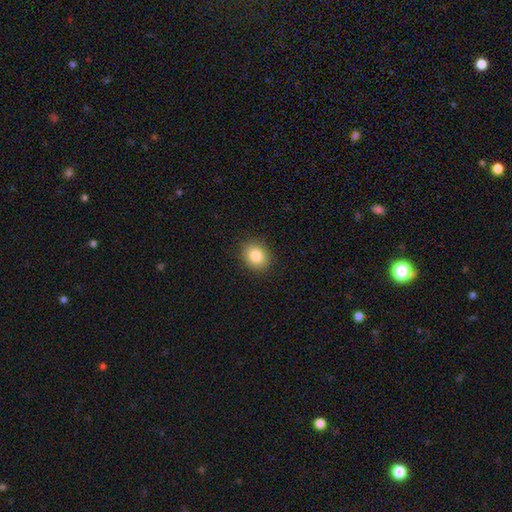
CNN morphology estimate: Smooth or featured: smooth — 84% (star or artifact — 9%)
How rounded: round — 59% (in between — 40%)
Merging: none — 90% (minor disturbance — 7%)